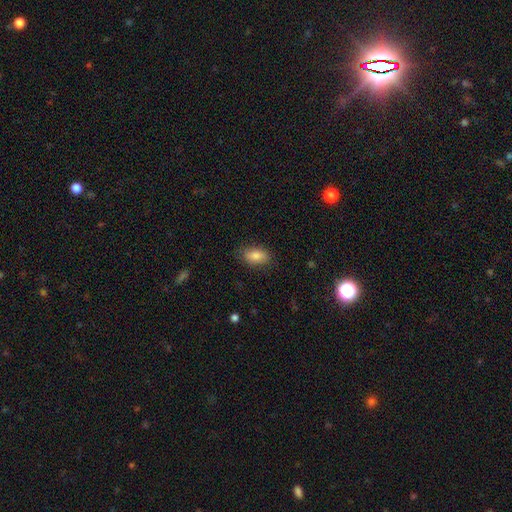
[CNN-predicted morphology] smooth-or-featured: smooth: 84% | featured or disk: 8% | star or artifact: 8%
  how-rounded: in between: 89% | round: 8% | cigar-shaped: 3%
  merging: none: 82% | minor disturbance: 13% | major disturbance: 3% | merger: 1%